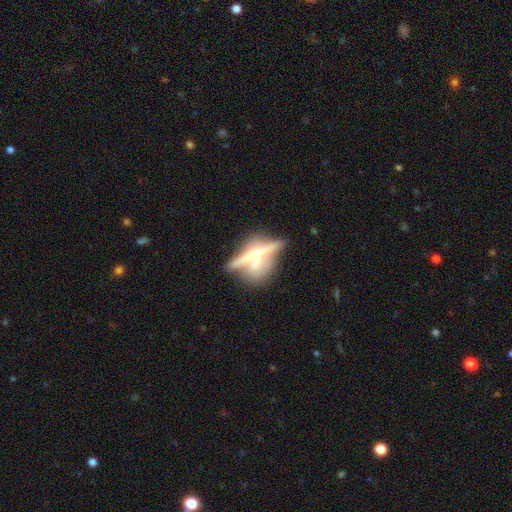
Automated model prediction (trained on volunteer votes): A featured or disk galaxy (67%) viewed edge-on (82%) with a rounded central bulge (73%). Merging: none (51%).